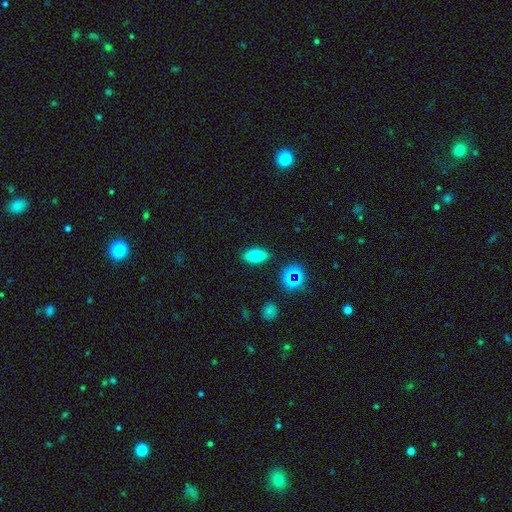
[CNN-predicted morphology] Overall: smooth (73%). How rounded: in between (86%). Merging: none (87%).